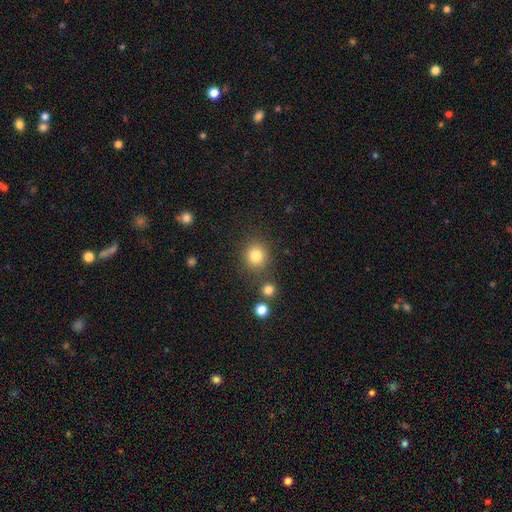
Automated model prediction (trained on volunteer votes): smooth 83%, star or artifact 11%, featured or disk 6%. Down the decision tree: how rounded — round (87%); merging — none (81%).